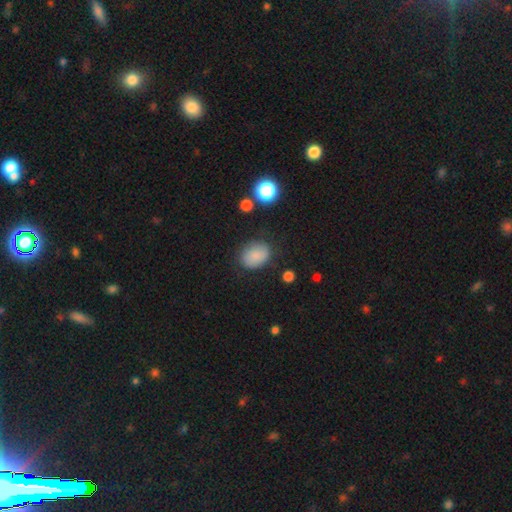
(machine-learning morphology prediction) type=smooth (83%); roundness=in between (65%); merging=none (77%).